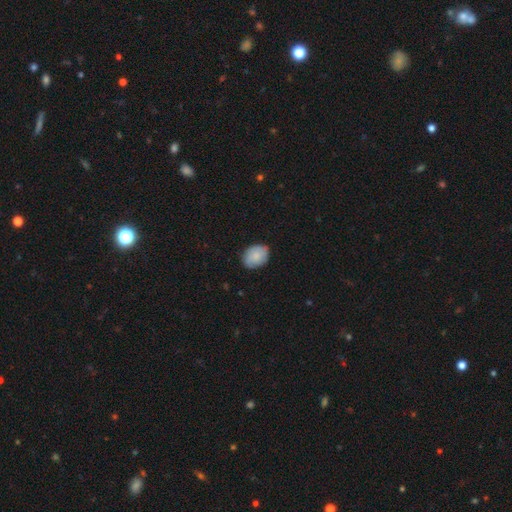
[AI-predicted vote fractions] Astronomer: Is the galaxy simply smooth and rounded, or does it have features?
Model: smooth — 83%.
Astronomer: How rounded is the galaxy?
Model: in between — 70%.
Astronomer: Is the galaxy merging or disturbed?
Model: none — 82%.